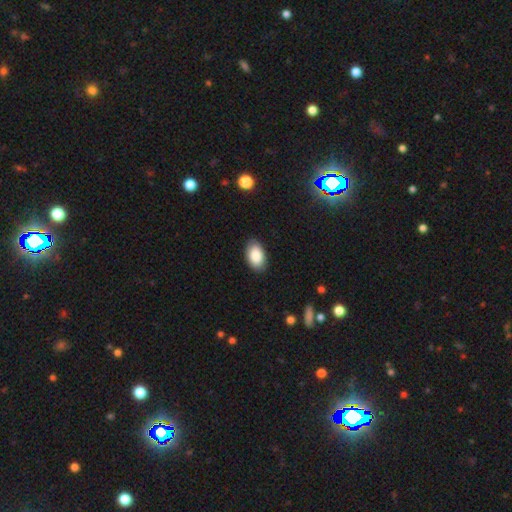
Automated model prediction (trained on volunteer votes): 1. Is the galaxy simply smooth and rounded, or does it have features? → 88% smooth, 7% star or artifact, 5% featured or disk.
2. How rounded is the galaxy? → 93% in between, 6% round, 1% cigar-shaped.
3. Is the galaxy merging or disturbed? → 87% none, 10% minor disturbance, 2% major disturbance, 1% merger.